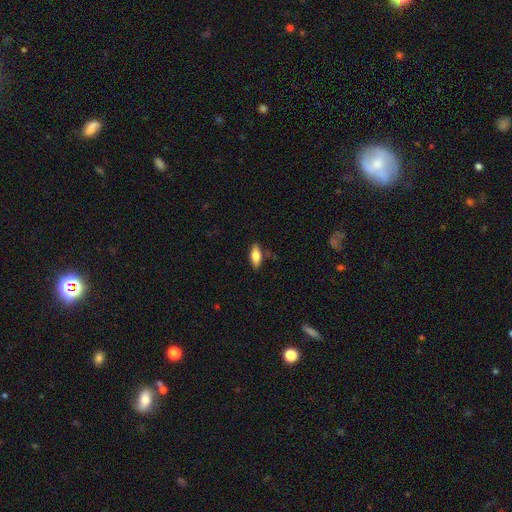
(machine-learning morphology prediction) A smooth galaxy with no disk features (71%) that is in between round and cigar-shaped (80%).

Vote fractions:
- Smooth or featured? smooth: 71% / featured or disk: 22% / star or artifact: 7%
- How rounded? in between: 80% / cigar-shaped: 17% / round: 3%
- Merging? none: 79% / minor disturbance: 15% / major disturbance: 3% / merger: 3%